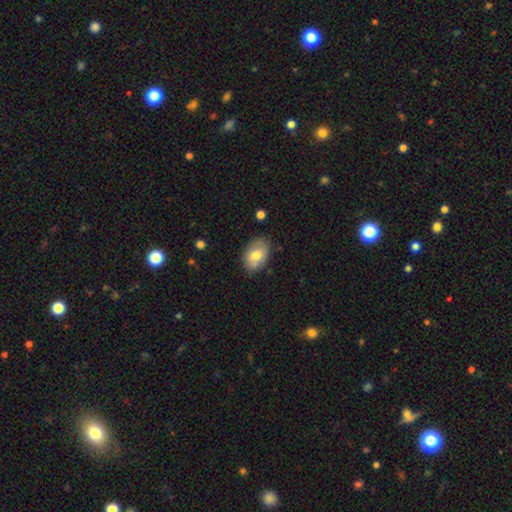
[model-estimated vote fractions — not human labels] A smooth galaxy with no disk features (72%) that is in between round and cigar-shaped (86%).

Vote fractions:
- Smooth or featured? smooth: 72% / featured or disk: 21% / star or artifact: 7%
- How rounded? in between: 86% / round: 13% / cigar-shaped: 1%
- Merging? none: 78% / minor disturbance: 17% / major disturbance: 3% / merger: 2%